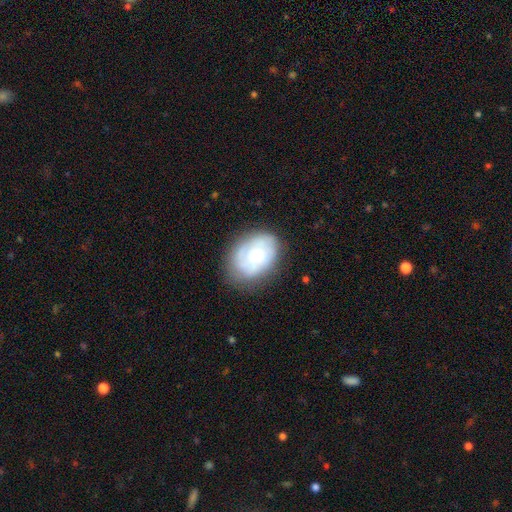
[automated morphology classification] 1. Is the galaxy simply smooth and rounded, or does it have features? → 53% featured or disk, 40% smooth, 7% star or artifact.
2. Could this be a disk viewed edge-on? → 96% no, 4% yes.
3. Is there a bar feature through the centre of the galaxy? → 81% no, 17% weak, 3% strong.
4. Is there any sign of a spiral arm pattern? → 68% yes, 32% no.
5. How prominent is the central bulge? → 51% moderate, 40% small, 5% large, 2% none, 1% dominant.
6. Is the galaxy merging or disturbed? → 71% none, 21% minor disturbance, 7% major disturbance, 1% merger.